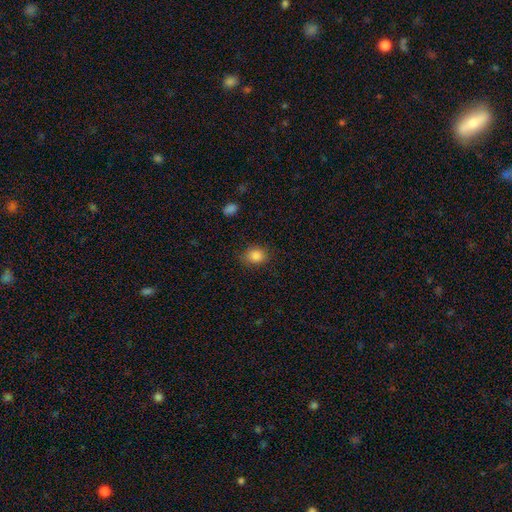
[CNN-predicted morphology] The model was most divided on "how rounded": round: 55%, in between: 44%, cigar-shaped: 1%. More confident: smooth or featured — smooth (85%); merging — none (80%).